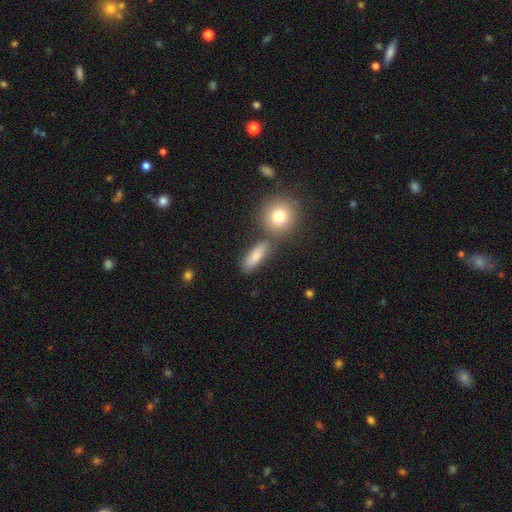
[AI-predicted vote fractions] This is clearly a smooth galaxy (81%). How rounded: possibly in between (57%). Merging: likely none (70%).